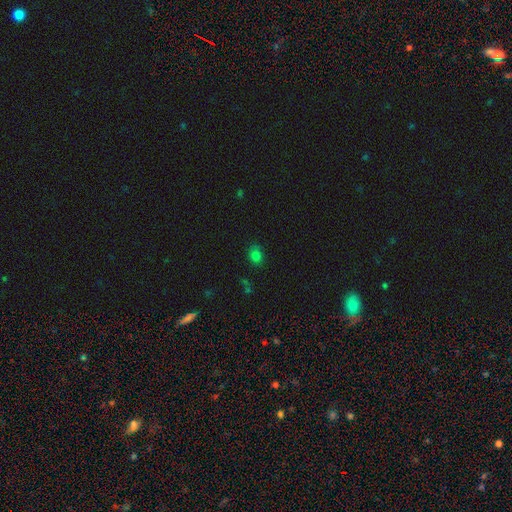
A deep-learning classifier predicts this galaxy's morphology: A smooth galaxy with no disk features (76%) that is in between round and cigar-shaped (53%).

Vote fractions:
- Smooth or featured? smooth: 76% / star or artifact: 18% / featured or disk: 6%
- How rounded? in between: 53% / round: 46% / cigar-shaped: 1%
- Merging? none: 75% / minor disturbance: 18% / major disturbance: 4% / merger: 3%